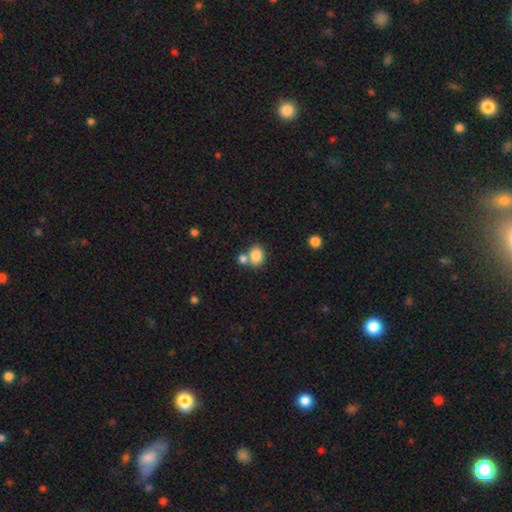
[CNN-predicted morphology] smooth_or_featured: smooth (p=0.83) [alt: star or artifact p=0.10]
how_rounded: round (p=0.55) [alt: in between p=0.44]
merging: none (p=0.55) [alt: merger p=0.32]